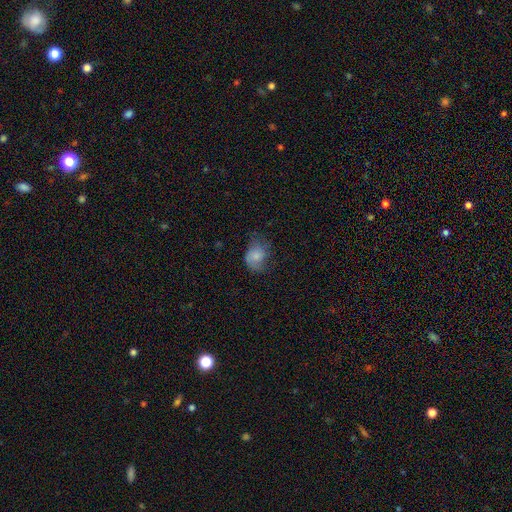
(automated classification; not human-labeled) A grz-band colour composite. It shows a smooth galaxy with no disk features (70%) that is in between round and cigar-shaped (54%). Merging: none (44%).